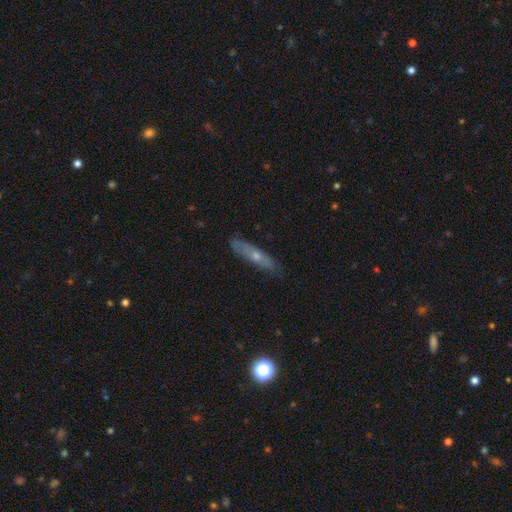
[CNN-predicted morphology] This appears to be a featured or disk galaxy (50%). Merging: none (82%).